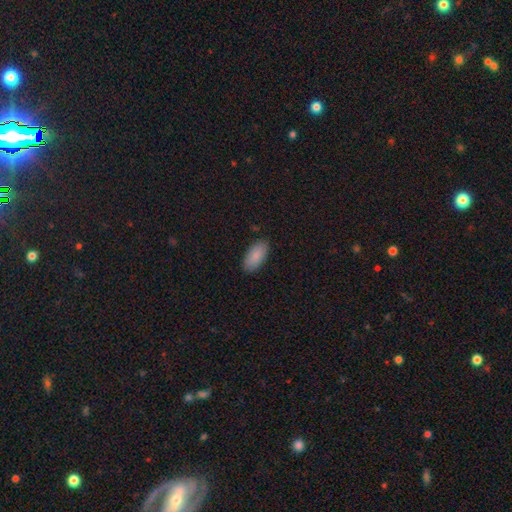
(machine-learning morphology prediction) Q: Smooth or featured?
A: smooth (88%); runner-up: featured or disk (6%)
Q: How rounded?
A: in between (93%); runner-up: cigar-shaped (5%)
Q: Merging?
A: none (87%); runner-up: minor disturbance (10%)